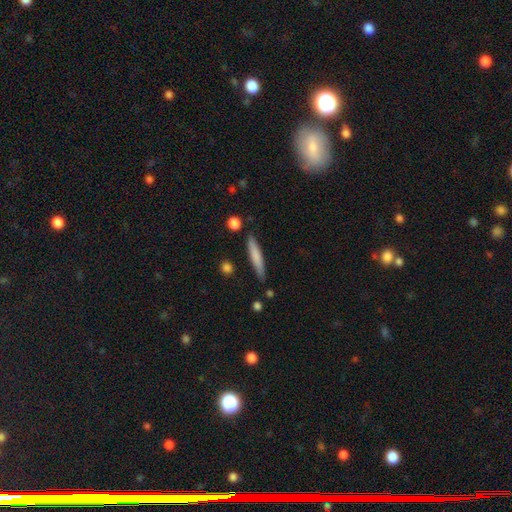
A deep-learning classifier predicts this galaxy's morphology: Smooth or featured?
  - smooth: 74% *
  - featured or disk: 20%
  - star or artifact: 6%
How rounded?
  - cigar-shaped: 92% *
  - in between: 7%
  - round: 1%
Merging?
  - none: 83% *
  - minor disturbance: 12%
  - merger: 3%
  - major disturbance: 2%